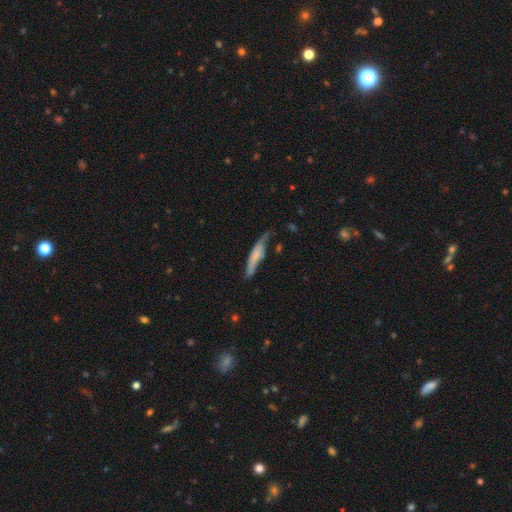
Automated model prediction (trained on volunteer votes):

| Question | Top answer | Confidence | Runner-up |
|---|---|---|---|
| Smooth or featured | smooth | 59% | featured or disk (36%) |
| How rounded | cigar-shaped | 85% | in between (13%) |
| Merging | none | 54% | minor disturbance (32%) |